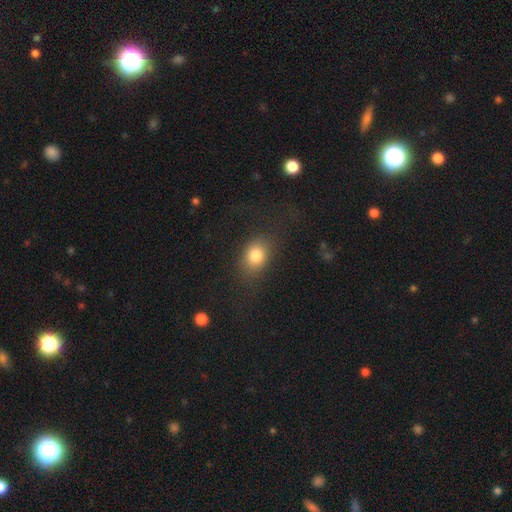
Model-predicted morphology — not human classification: Q: Smooth or featured?
A: smooth (80%); runner-up: star or artifact (11%)
Q: How rounded?
A: in between (57%); runner-up: round (41%)
Q: Merging?
A: none (73%); runner-up: minor disturbance (15%)